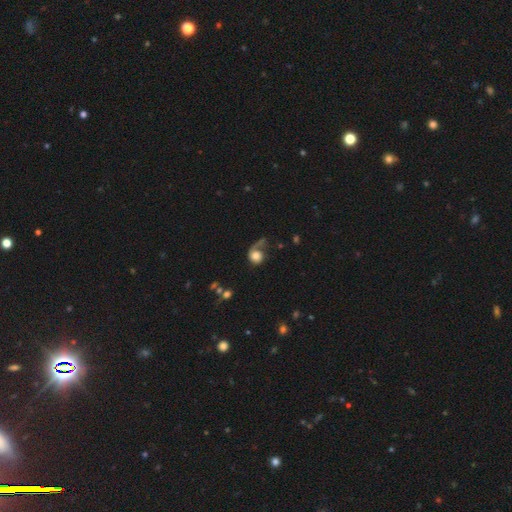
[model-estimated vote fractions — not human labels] Smooth or featured? smooth (54%)
How rounded? round (77%)
Merging? major disturbance (41%)